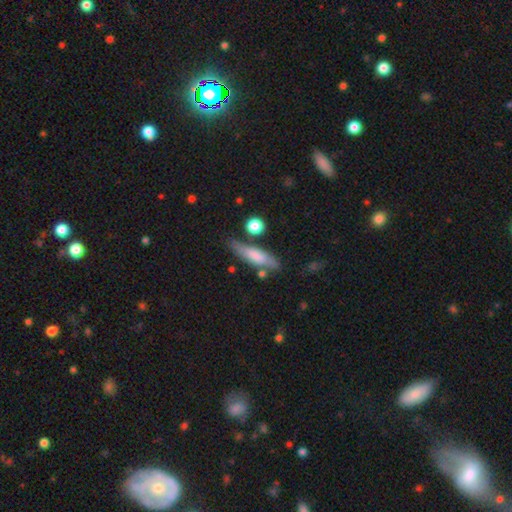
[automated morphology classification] A smooth galaxy with no disk features (62%) that is cigar-shaped (67%). Merging: none (67%).